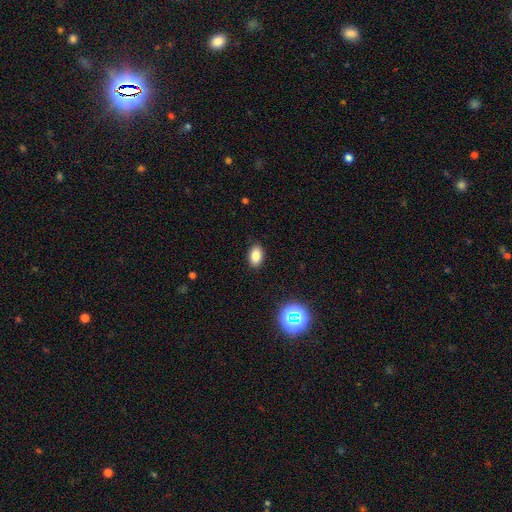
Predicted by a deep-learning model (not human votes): This appears to be a smooth galaxy with no disk features (82%) that is in between round and cigar-shaped (88%). Merging: none (89%).